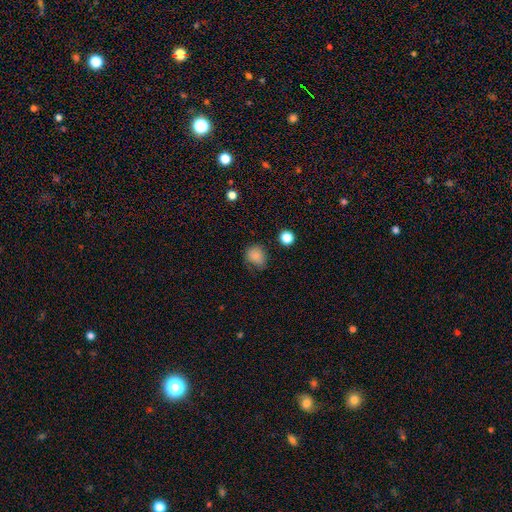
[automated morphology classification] Overall: smooth (80%). How rounded: round (71%). Merging: none (63%; minor disturbance 27%).